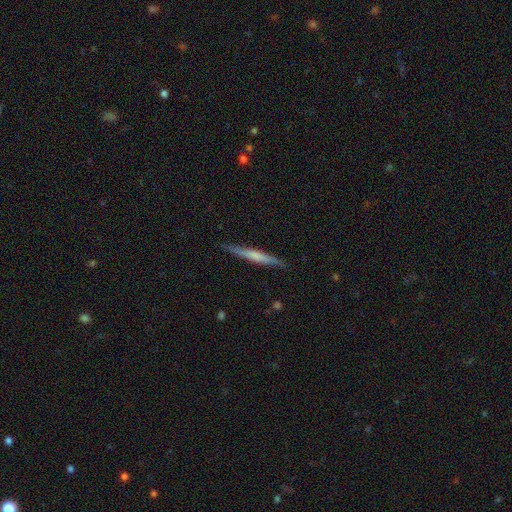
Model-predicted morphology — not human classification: Smooth or featured: smooth — 48% (featured or disk — 47%)
Merging: none — 87% (minor disturbance — 10%)